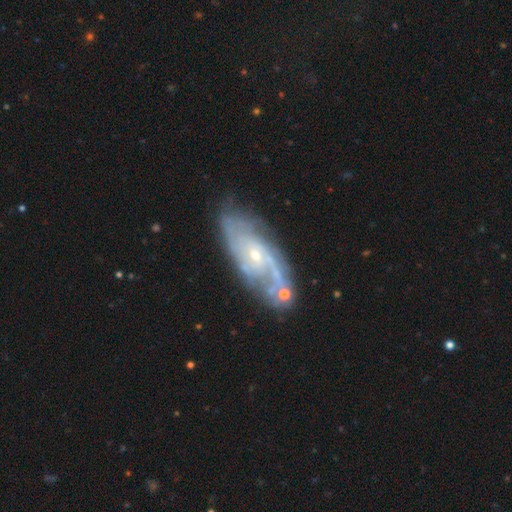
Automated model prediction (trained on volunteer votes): Morphology: type=featured or disk (83%); edge-on=no (92%); bar=no (64%); spiral arms=yes (93%); winding=medium (43%); arm count=2 (45%); bulge=small (75%); merging=none (67%).